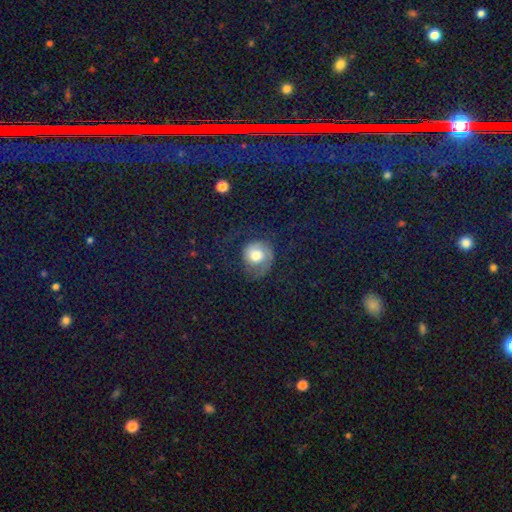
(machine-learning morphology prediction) Smooth or featured? smooth (54%)
How rounded? round (79%)
Merging? none (50%)